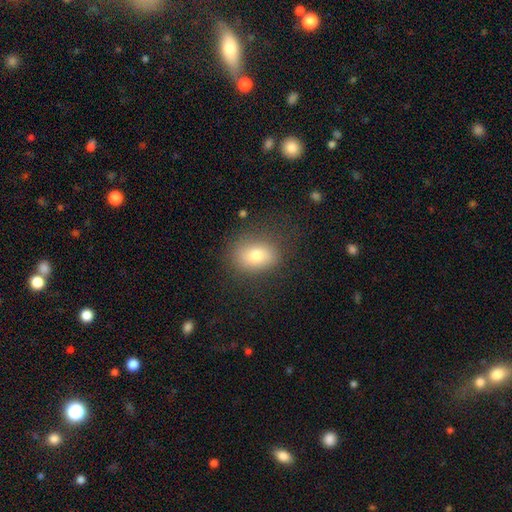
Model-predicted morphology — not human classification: The model was most divided on "how rounded": in between: 59%, round: 39%, cigar-shaped: 1%. More confident: merging — none (76%); smooth or featured — smooth (75%).